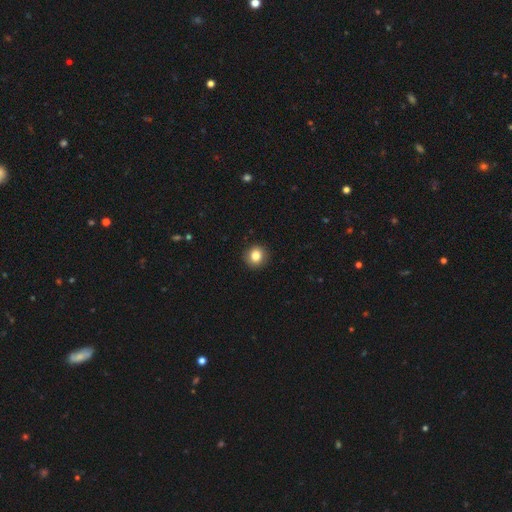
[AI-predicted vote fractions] smooth 84%, star or artifact 10%, featured or disk 6%. Down the decision tree: how rounded — round (88%); merging — none (91%).